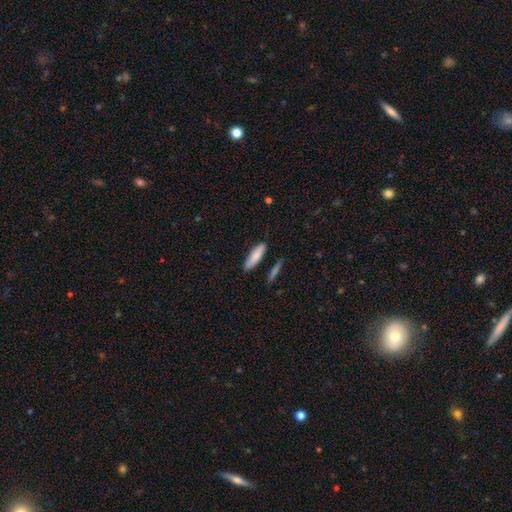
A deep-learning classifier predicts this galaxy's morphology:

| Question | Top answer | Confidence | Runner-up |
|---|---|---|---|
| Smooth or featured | smooth | 82% | featured or disk (13%) |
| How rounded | cigar-shaped | 66% | in between (33%) |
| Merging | none | 85% | minor disturbance (10%) |